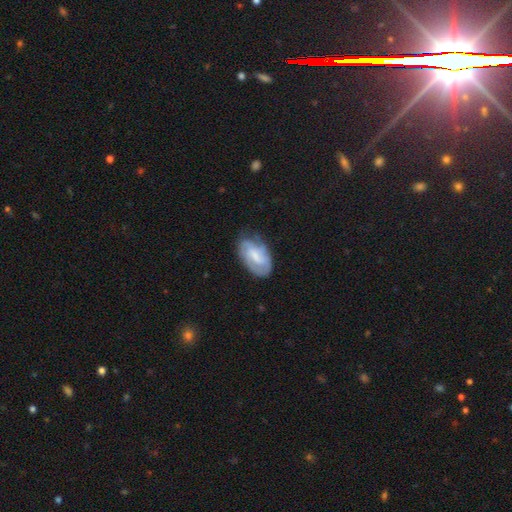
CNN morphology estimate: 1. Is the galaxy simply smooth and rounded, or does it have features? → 65% featured or disk, 29% smooth, 6% star or artifact.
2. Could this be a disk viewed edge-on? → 96% no, 4% yes.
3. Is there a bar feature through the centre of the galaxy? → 51% weak, 33% no, 16% strong.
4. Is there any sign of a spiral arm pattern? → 87% yes, 13% no.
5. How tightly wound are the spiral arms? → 43% tight, 40% medium, 16% loose.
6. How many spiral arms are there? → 39% 2, 33% can't tell, 17% 3, 5% 1, 4% 4, 3% more than 4.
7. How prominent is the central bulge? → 43% small, 30% moderate, 21% none, 4% large, 1% dominant.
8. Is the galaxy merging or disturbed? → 65% none, 25% minor disturbance, 9% major disturbance, 2% merger.